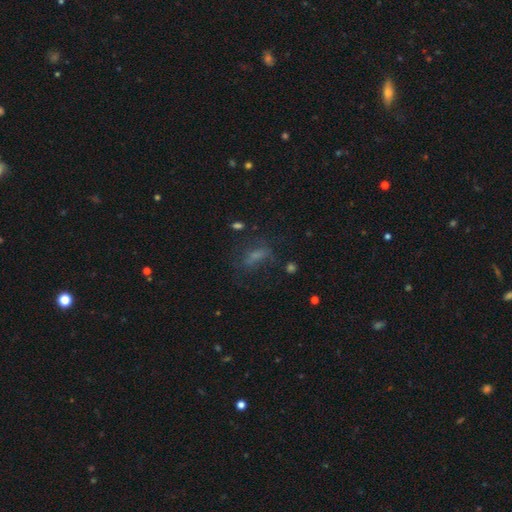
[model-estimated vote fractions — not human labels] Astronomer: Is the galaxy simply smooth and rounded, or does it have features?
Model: smooth — 50% (runner-up: star or artifact, 26%).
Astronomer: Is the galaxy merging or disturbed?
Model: none — 50% (runner-up: major disturbance, 26%).